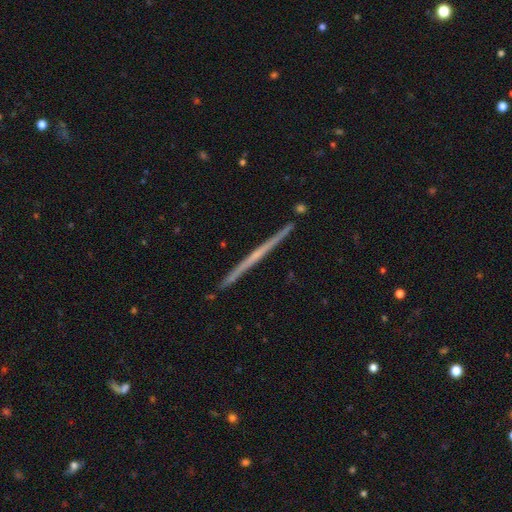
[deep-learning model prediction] featured or disk 70%, smooth 24%, star or artifact 6%. Down the decision tree: edge-on disk — yes (98%); edge-on bulge — none (77%); merging — none (92%).